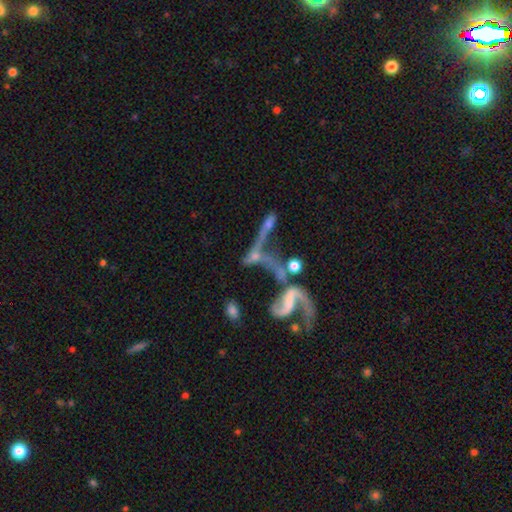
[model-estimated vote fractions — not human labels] smooth-or-featured: featured or disk: 61% | smooth: 23% | star or artifact: 16%
  disk-edge-on: no: 84% | yes: 16%
    bar: no: 65% | weak: 21% | strong: 14%
    has-spiral-arms: yes: 50% (tied) | no: 50% (tied)
    bulge-size: none: 52% | small: 28% | moderate: 15% | large: 3% | dominant: 2%
  merging: merger: 50% | major disturbance: 21% | none: 20% | minor disturbance: 9%